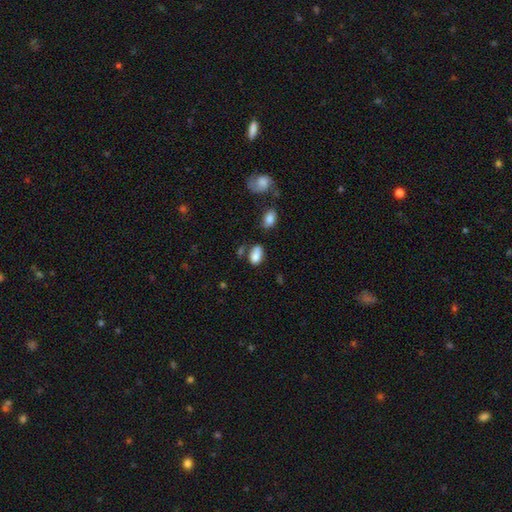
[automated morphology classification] smooth-or-featured: smooth: 84% | star or artifact: 8% | featured or disk: 7%
  how-rounded: in between: 90% | round: 8% | cigar-shaped: 2%
  merging: none: 56% | minor disturbance: 25% | merger: 11% | major disturbance: 8%